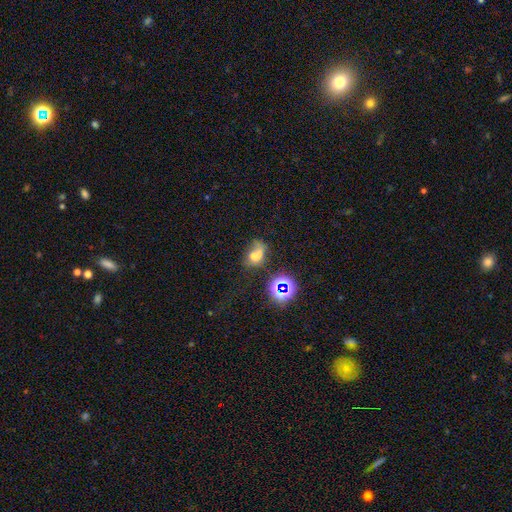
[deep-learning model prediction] Smooth or featured? Predicted: smooth (p=0.50). How rounded? Predicted: in between (p=0.69). Merging? Predicted: major disturbance (p=0.31).